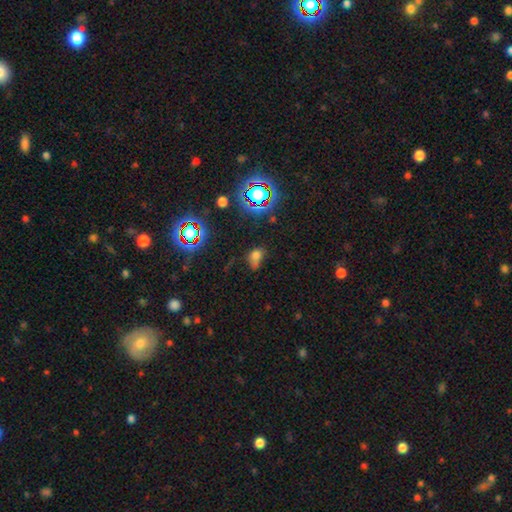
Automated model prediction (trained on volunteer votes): Overall: smooth (61%; star or artifact 28%). How rounded: in between (70%). Merging: none (38%; minor disturbance 30%).